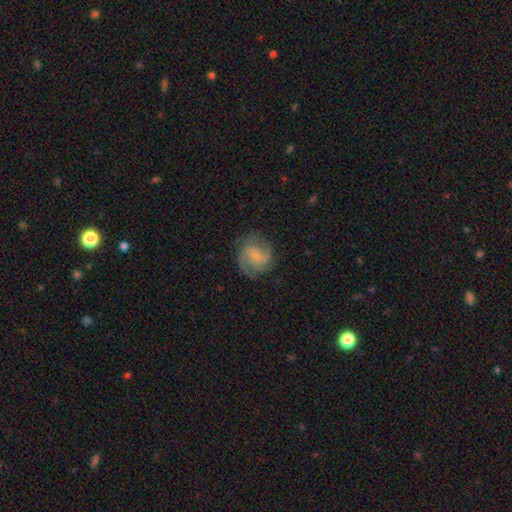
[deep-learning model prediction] Morphology: type=featured or disk (78%); edge-on=no (98%); bar=weak (46%); spiral arms=yes (96%); winding=medium (51%); arm count=2 (59%); bulge=small (59%); merging=none (76%).